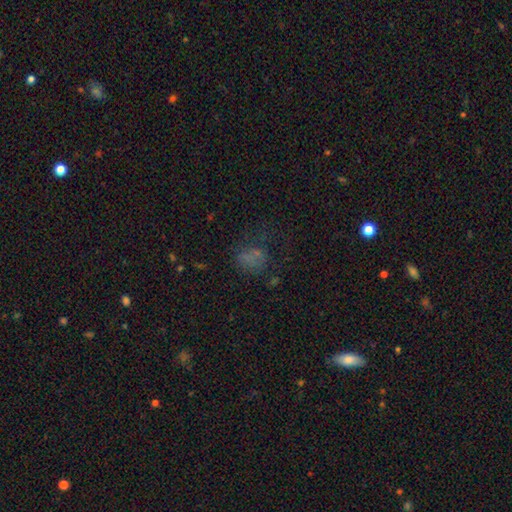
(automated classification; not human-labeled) Morphology: type=smooth (52%); roundness=in between (56%); merging=none (49%).